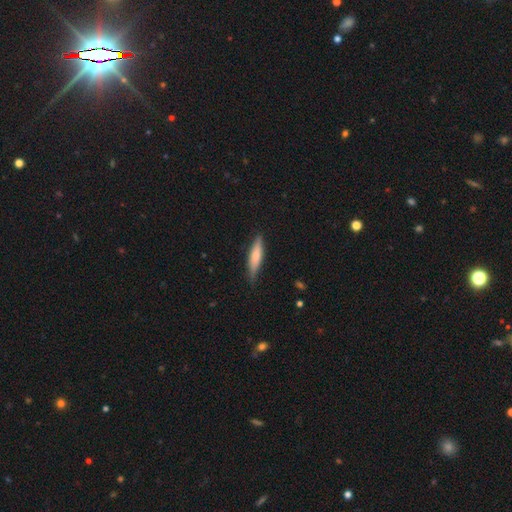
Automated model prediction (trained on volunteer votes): Smooth or featured: smooth — 66% (featured or disk — 28%)
How rounded: cigar-shaped — 81% (in between — 18%)
Merging: none — 81% (minor disturbance — 15%)